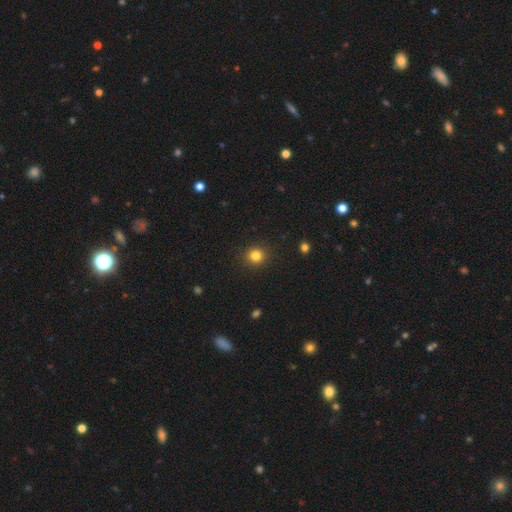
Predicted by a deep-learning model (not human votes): Smooth or featured? smooth (82%)
How rounded? round (91%)
Merging? none (92%)